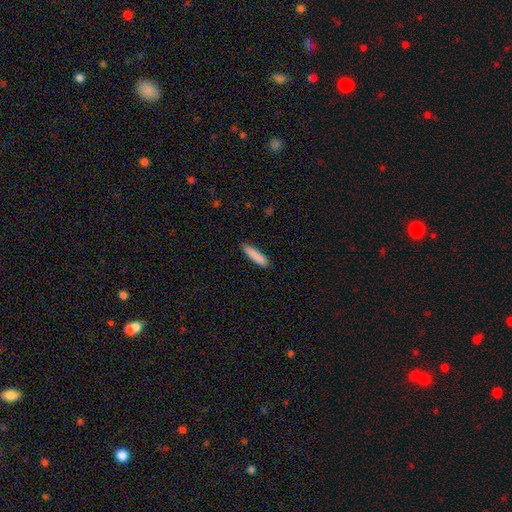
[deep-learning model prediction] Morphology: type=smooth (87%); roundness=cigar-shaped (84%); merging=none (88%).